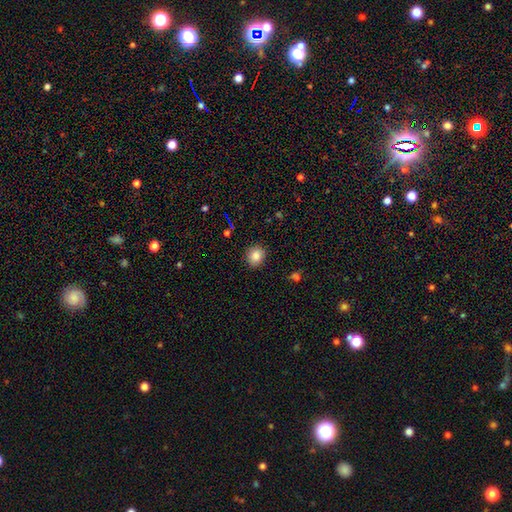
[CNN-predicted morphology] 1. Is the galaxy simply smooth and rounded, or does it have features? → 84% smooth, 10% star or artifact, 6% featured or disk.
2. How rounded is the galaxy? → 77% round, 22% in between, 1% cigar-shaped.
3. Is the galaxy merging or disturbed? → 89% none, 8% minor disturbance, 2% major disturbance, 1% merger.